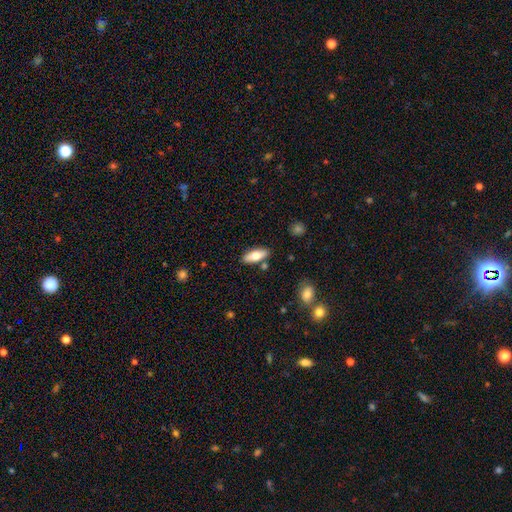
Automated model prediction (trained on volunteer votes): Smooth or featured: smooth — 71% (featured or disk — 23%)
How rounded: in between — 72% (cigar-shaped — 25%)
Merging: none — 83% (minor disturbance — 10%)